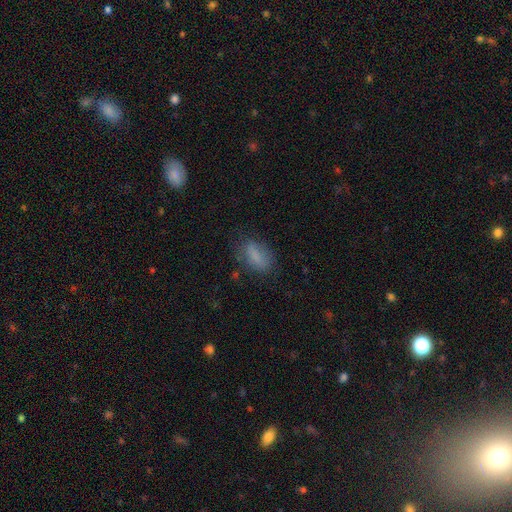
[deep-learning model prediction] Morphology: type=smooth (78%); roundness=in between (81%); merging=none (69%).